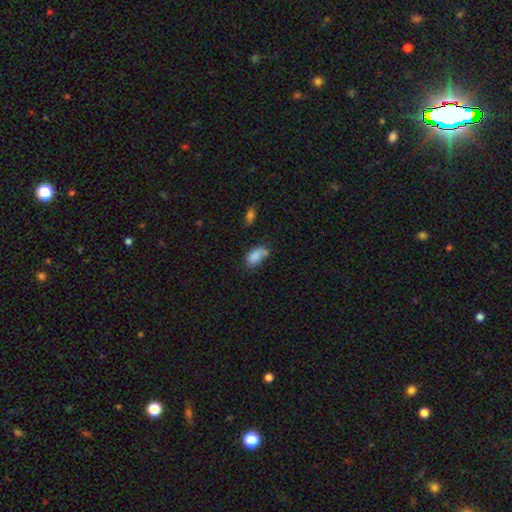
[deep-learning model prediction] Smooth or featured? smooth (83%)
How rounded? in between (91%)
Merging? none (47%)